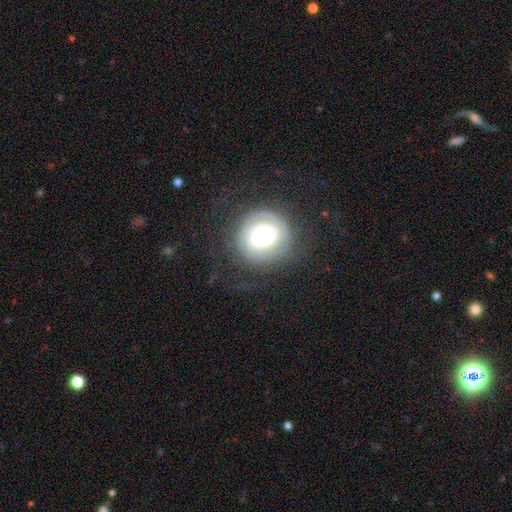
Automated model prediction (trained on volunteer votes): Smooth or featured? Predicted: smooth (p=0.55). How rounded? Predicted: round (p=0.82). Merging? Predicted: none (p=0.82).